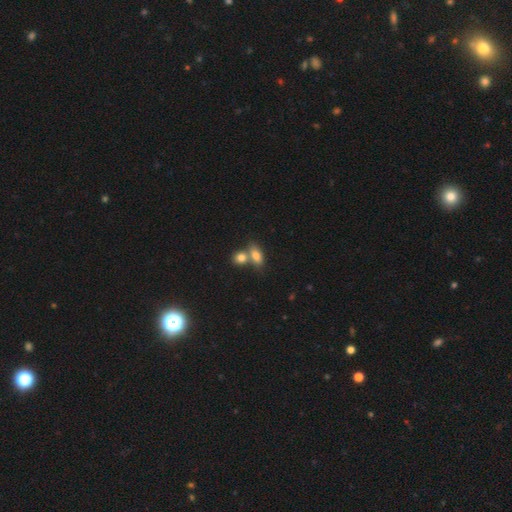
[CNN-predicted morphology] A smooth galaxy with no disk features (79%) that is in between round and cigar-shaped (81%).

Vote fractions:
- Smooth or featured? smooth: 79% / featured or disk: 12% / star or artifact: 9%
- How rounded? in between: 81% / round: 13% / cigar-shaped: 6%
- Merging? merger: 48% / none: 39% / minor disturbance: 9% / major disturbance: 3%